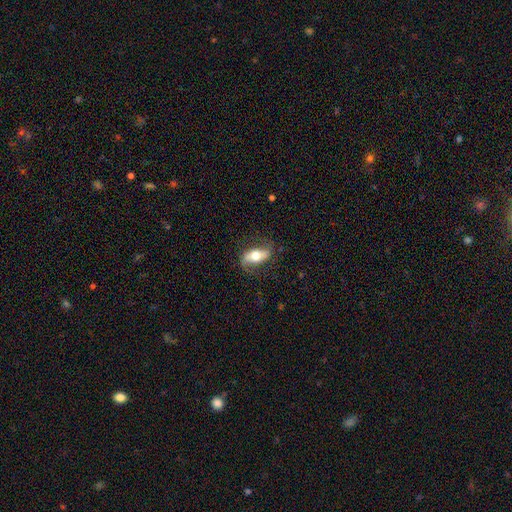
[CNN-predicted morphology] Q: Smooth or featured?
A: featured or disk (57%); runner-up: smooth (37%)
Q: Edge-on disk?
A: no (79%); runner-up: yes (21%)
Q: Merging?
A: none (73%); runner-up: minor disturbance (17%)